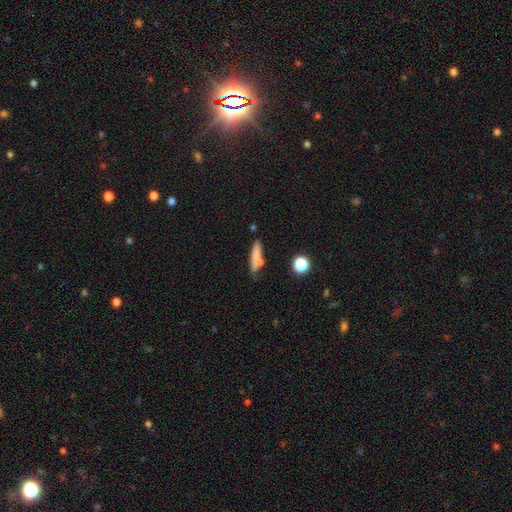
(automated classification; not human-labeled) Smooth or featured? smooth (72%)
How rounded? cigar-shaped (72%)
Merging? none (62%)